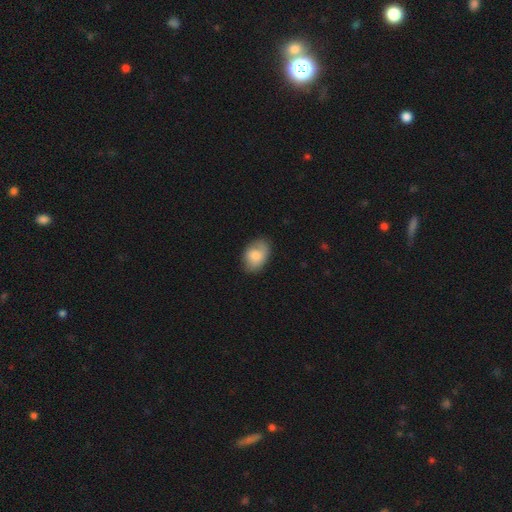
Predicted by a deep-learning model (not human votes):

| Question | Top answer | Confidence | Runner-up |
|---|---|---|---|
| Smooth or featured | smooth | 76% | featured or disk (17%) |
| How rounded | in between | 81% | round (17%) |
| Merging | none | 73% | minor disturbance (21%) |